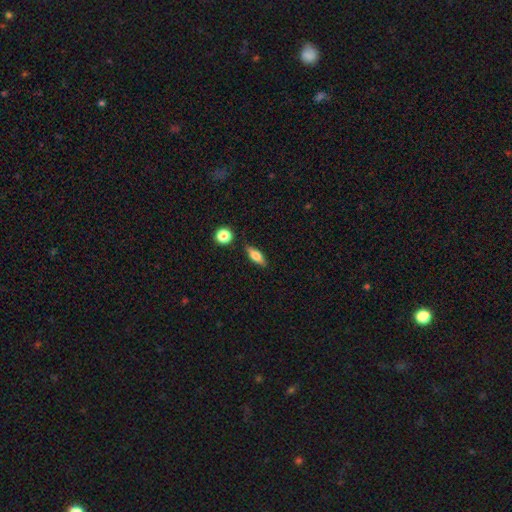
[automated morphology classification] This is likely a smooth galaxy (64%). How rounded: likely in between (63%). Merging: clearly none (84%).